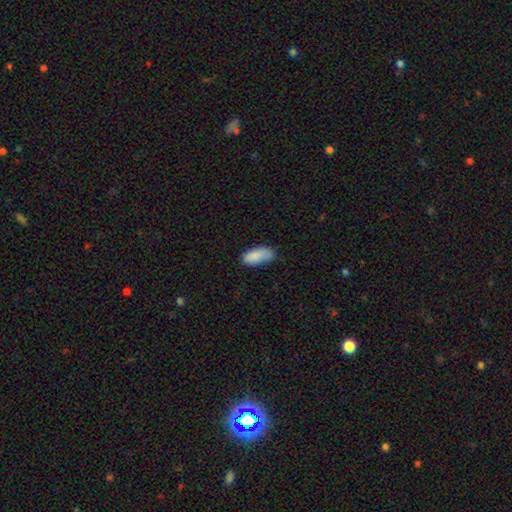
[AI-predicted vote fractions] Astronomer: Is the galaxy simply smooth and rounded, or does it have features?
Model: smooth — 87%.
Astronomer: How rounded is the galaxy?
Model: in between — 88%.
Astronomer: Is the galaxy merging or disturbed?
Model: none — 62%.